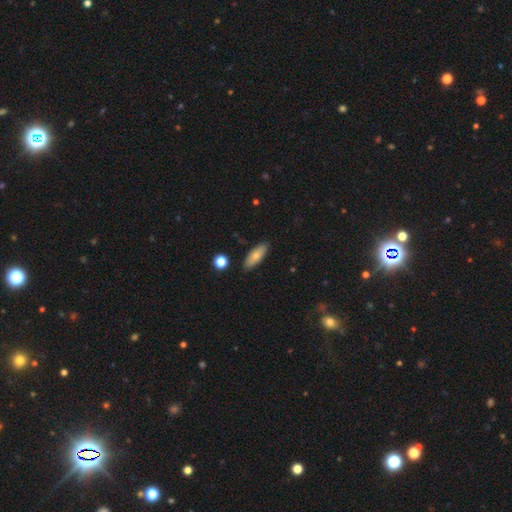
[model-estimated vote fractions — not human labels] A smooth galaxy with no disk features (74%) that is in between round and cigar-shaped (67%).

Vote fractions:
- Smooth or featured? smooth: 74% / featured or disk: 19% / star or artifact: 7%
- How rounded? in between: 67% / cigar-shaped: 30% / round: 3%
- Merging? none: 87% / minor disturbance: 10% / merger: 2% / major disturbance: 2%